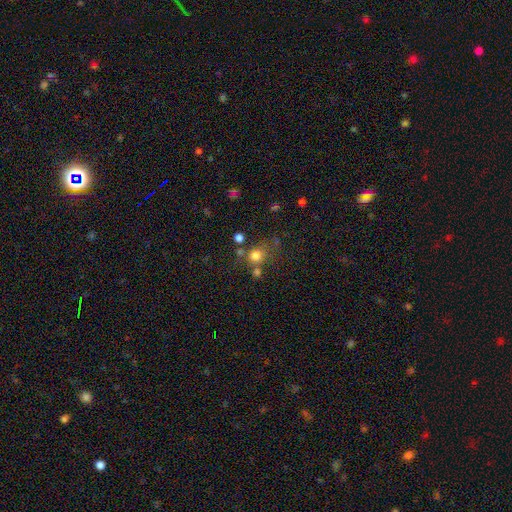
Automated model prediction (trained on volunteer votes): smooth_or_featured: smooth (p=0.75) [alt: star or artifact p=0.16]
how_rounded: round (p=0.82) [alt: in between p=0.17]
merging: none (p=0.59) [alt: merger p=0.20]